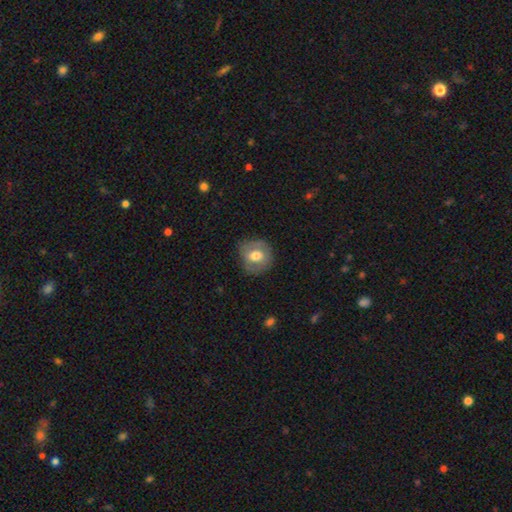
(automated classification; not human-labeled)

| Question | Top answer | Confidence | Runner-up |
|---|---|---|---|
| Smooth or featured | smooth | 57% | featured or disk (36%) |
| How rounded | round | 73% | in between (26%) |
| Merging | none | 75% | minor disturbance (18%) |